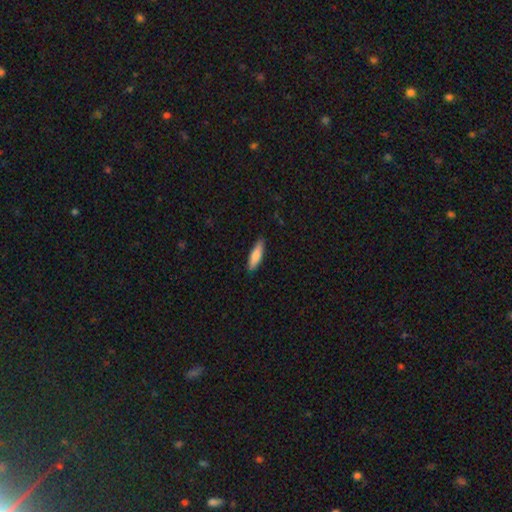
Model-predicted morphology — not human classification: Smooth or featured?
  - smooth: 81% *
  - featured or disk: 13%
  - star or artifact: 6%
How rounded?
  - cigar-shaped: 61% *
  - in between: 37%
  - round: 2%
Merging?
  - none: 86% *
  - minor disturbance: 11%
  - major disturbance: 2%
  - merger: 1%